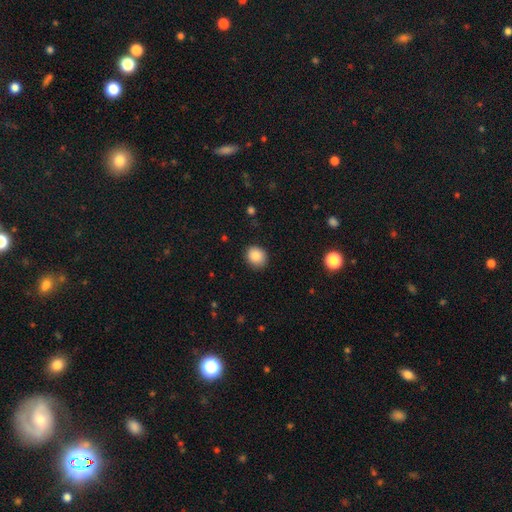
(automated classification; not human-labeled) Smooth or featured: smooth — 85% (star or artifact — 9%)
How rounded: round — 73% (in between — 26%)
Merging: none — 88% (minor disturbance — 9%)